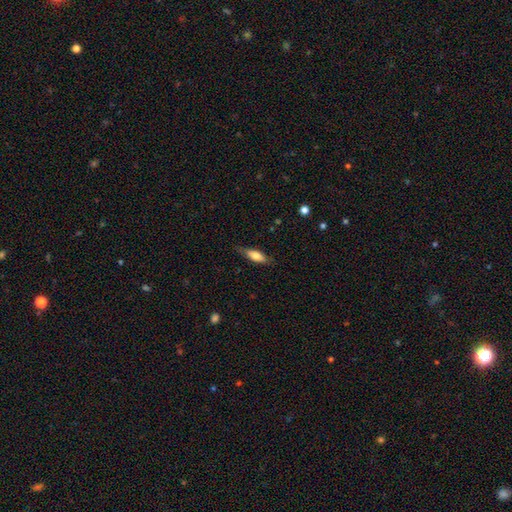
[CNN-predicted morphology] Q: Smooth or featured?
A: smooth (65%); runner-up: featured or disk (28%)
Q: How rounded?
A: in between (57%); runner-up: cigar-shaped (40%)
Q: Merging?
A: none (72%); runner-up: minor disturbance (22%)